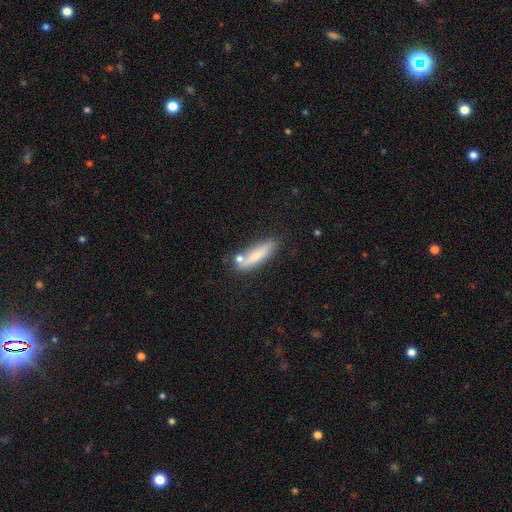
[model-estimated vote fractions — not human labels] Smooth or featured: smooth — 67% (featured or disk — 26%)
How rounded: cigar-shaped — 71% (in between — 26%)
Merging: none — 63% (minor disturbance — 18%)